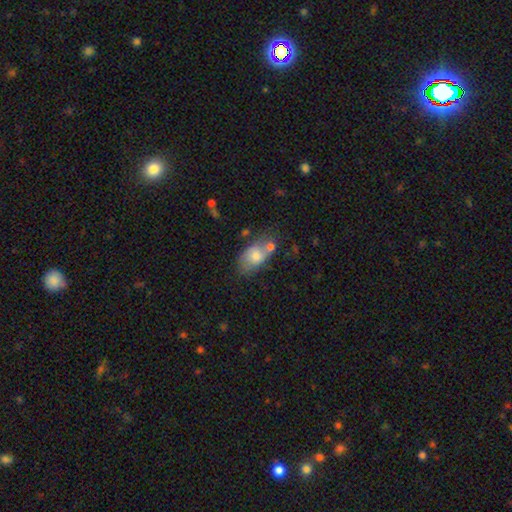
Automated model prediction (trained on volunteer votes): Smooth or featured: smooth — 69% (featured or disk — 23%)
How rounded: in between — 87% (round — 10%)
Merging: none — 47% (merger — 23%)